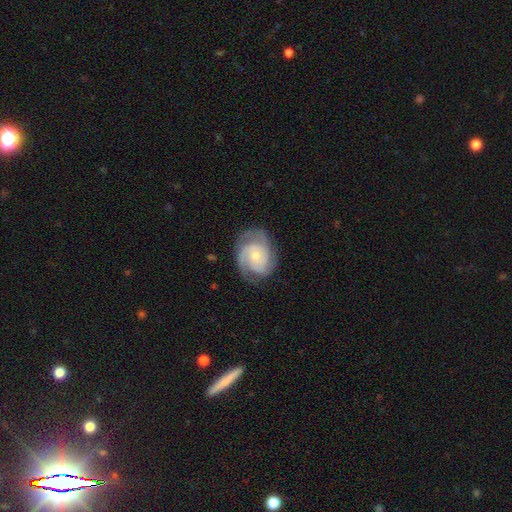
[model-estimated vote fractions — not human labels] Overall: featured or disk (85%). Edge-on disk: no (98%). Bar: no (72%). Spiral arms: yes (97%). Spiral arm count: 3 (39%; 2 34%). Spiral winding: tight (57%; medium 36%). Bulge size: small (60%; moderate 35%). Merging: none (76%).